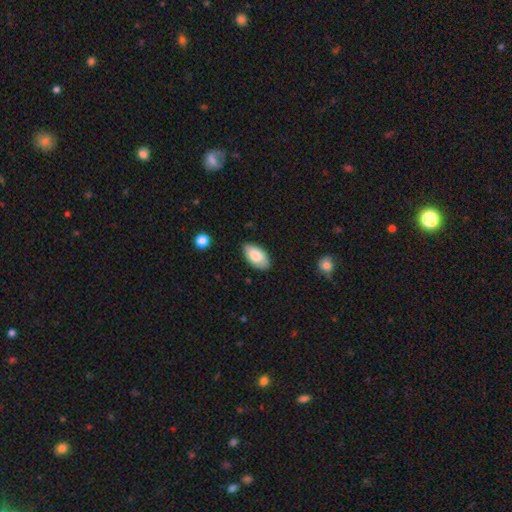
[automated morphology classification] smooth_or_featured: smooth (p=0.81) [alt: featured or disk p=0.12]
how_rounded: in between (p=0.95) [alt: round p=0.03]
merging: none (p=0.82) [alt: minor disturbance p=0.14]